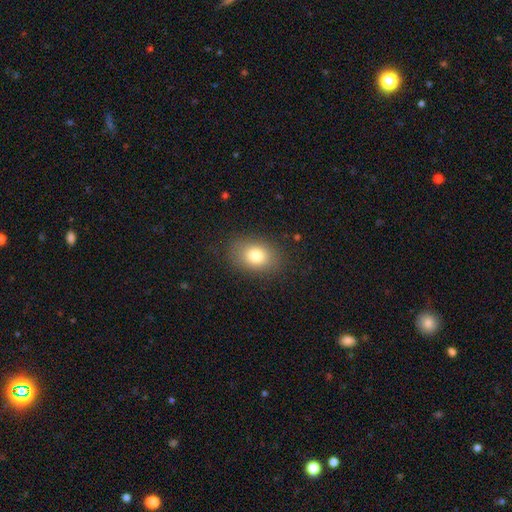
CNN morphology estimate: The model was most divided on "how rounded": in between: 77%, round: 22%, cigar-shaped: 1%. More confident: merging — none (84%); smooth or featured — smooth (80%).